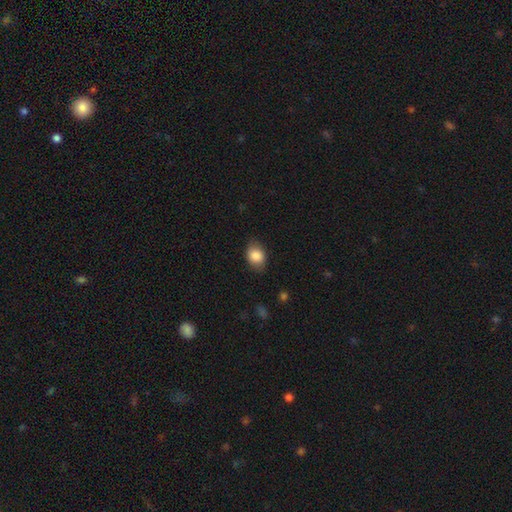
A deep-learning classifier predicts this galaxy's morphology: Smooth or featured? smooth (84%)
How rounded? in between (69%)
Merging? none (80%)